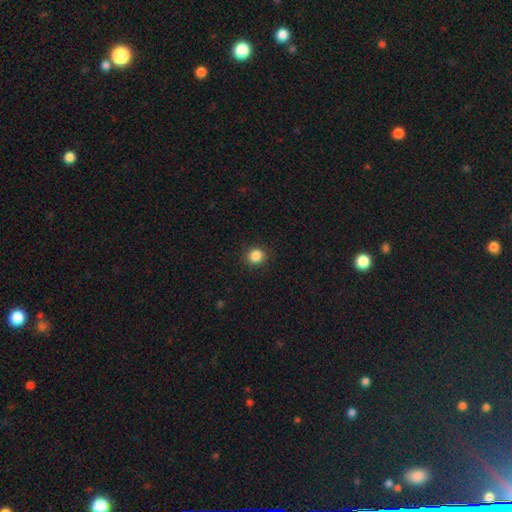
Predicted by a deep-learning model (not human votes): This is clearly a smooth galaxy (86%). How rounded: clearly round (84%). Merging: clearly none (90%).